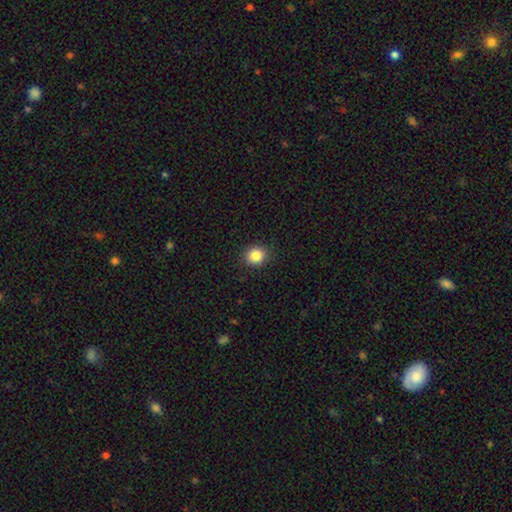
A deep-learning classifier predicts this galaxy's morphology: Smooth or featured?
  - smooth: 85% *
  - star or artifact: 10%
  - featured or disk: 4%
How rounded?
  - round: 81% *
  - in between: 18%
  - cigar-shaped: 1%
Merging?
  - none: 91% *
  - minor disturbance: 7%
  - major disturbance: 2%
  - merger: 1%